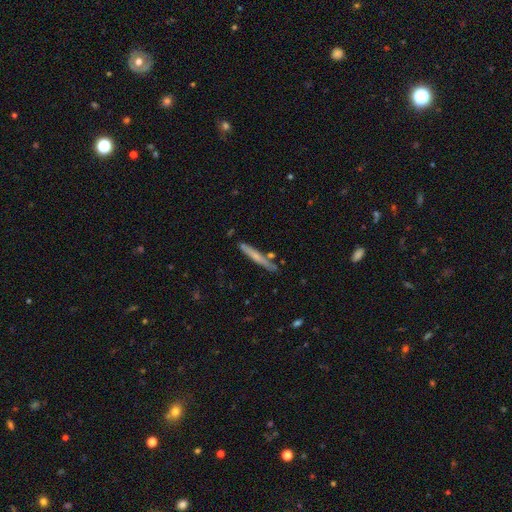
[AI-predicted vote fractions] A smooth galaxy with no disk features (52%) that is cigar-shaped (96%). Merging: none (82%).